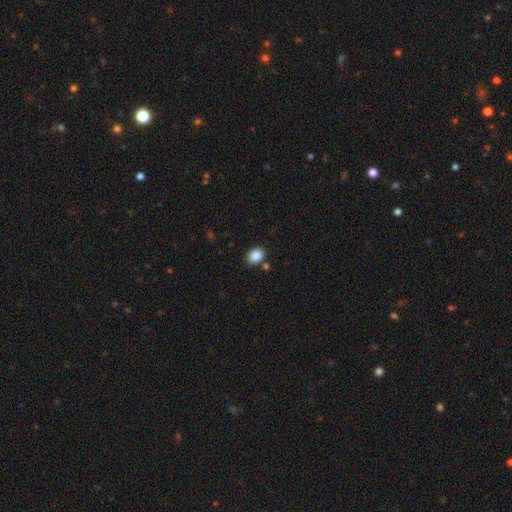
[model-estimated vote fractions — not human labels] A smooth galaxy with no disk features (87%) that is in between round and cigar-shaped (62%). Merging: none (78%).